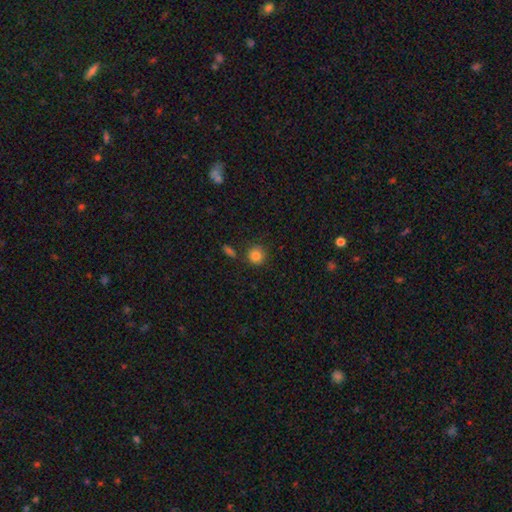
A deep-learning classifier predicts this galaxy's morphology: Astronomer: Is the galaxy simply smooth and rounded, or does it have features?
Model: smooth — 84%.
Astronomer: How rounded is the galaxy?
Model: round — 92%.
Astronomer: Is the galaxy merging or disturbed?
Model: none — 83%.